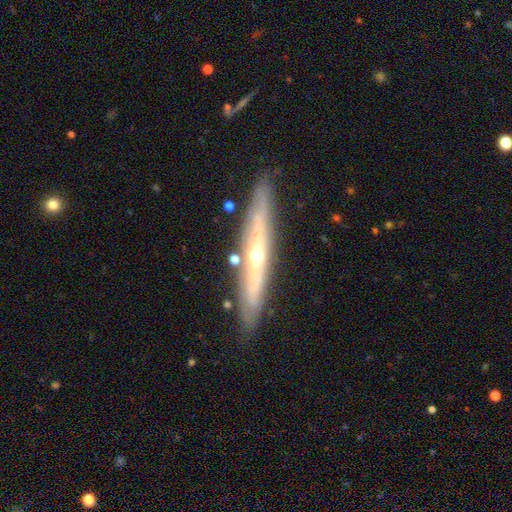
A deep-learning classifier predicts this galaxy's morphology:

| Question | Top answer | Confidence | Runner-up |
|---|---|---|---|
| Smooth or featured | featured or disk | 72% | smooth (21%) |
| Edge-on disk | yes | 88% | no (12%) |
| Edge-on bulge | rounded | 78% | none (19%) |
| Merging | none | 84% | minor disturbance (11%) |